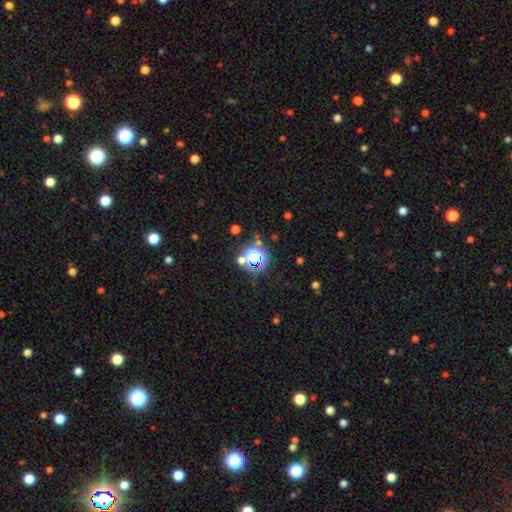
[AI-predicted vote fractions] Overall: star or artifact (58%; smooth 32%).